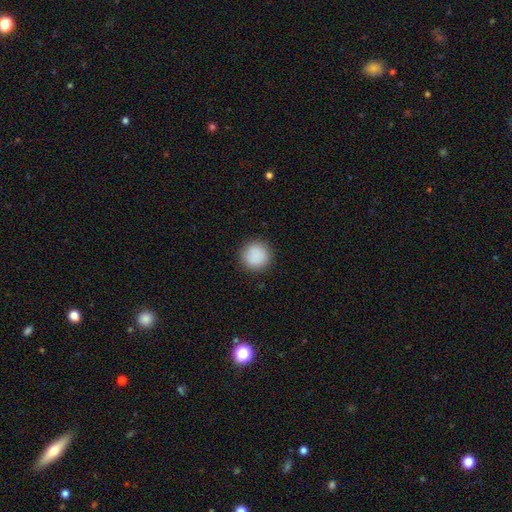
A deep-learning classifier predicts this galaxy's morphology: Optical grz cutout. It shows a smooth galaxy with no disk features (89%) that is round (94%). Merging: none (91%).